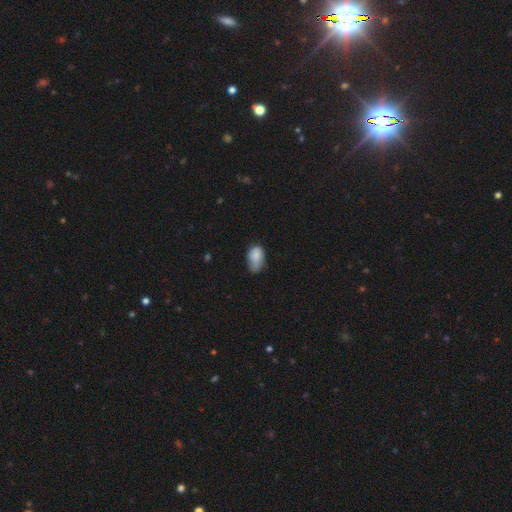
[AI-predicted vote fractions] Smooth or featured?
  - smooth: 80% *
  - featured or disk: 12%
  - star or artifact: 8%
How rounded?
  - in between: 88% *
  - round: 10%
  - cigar-shaped: 1%
Merging?
  - minor disturbance: 45% *
  - none: 34%
  - major disturbance: 17%
  - merger: 5%